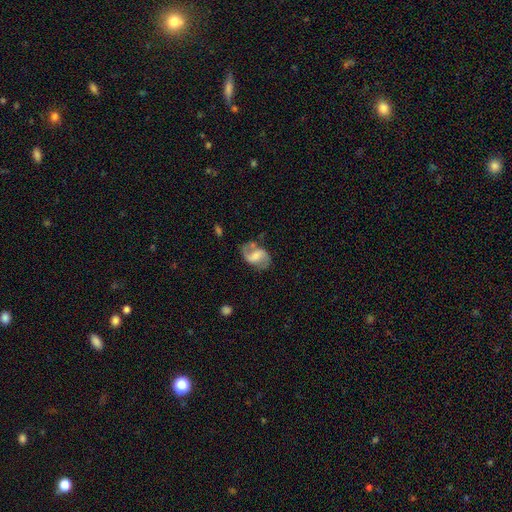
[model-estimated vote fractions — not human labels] A featured or disk galaxy (72%) with a weak bar (47%), 2 (89%) medium (45%) spiral arms (90%) and a moderate central bulge (35%).

Vote fractions:
- Smooth or featured? featured or disk: 72% / smooth: 21% / star or artifact: 7%
- Edge-on disk? no: 97% / yes: 3%
- Bar? weak: 47% / strong: 29% / no: 24%
- Spiral arms? yes: 90% / no: 10%
- Spiral winding? medium: 45% / loose: 41% / tight: 14%
- Spiral arm count? 2: 89% / can't tell: 5% / 1: 3% / 3: 1% / 4: 1% / more than 4: 1%
- Bulge size? moderate: 35% / small: 32% / none: 19% / large: 13% / dominant: 2%
- Merging? none: 64% / minor disturbance: 21% / major disturbance: 10% / merger: 5%